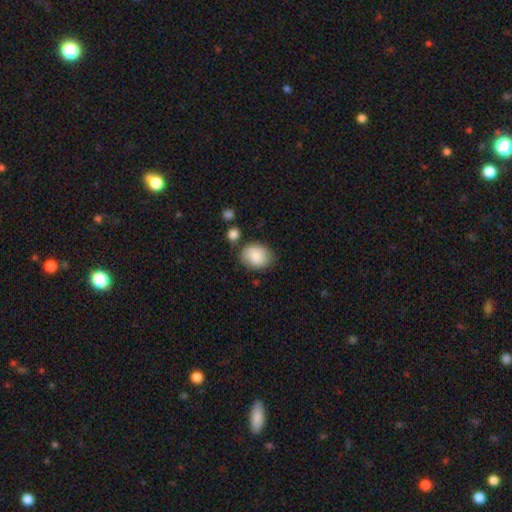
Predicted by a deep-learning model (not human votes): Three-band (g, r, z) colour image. It shows a smooth galaxy with no disk features (78%) that is in between round and cigar-shaped (50%). Merging: none (66%).